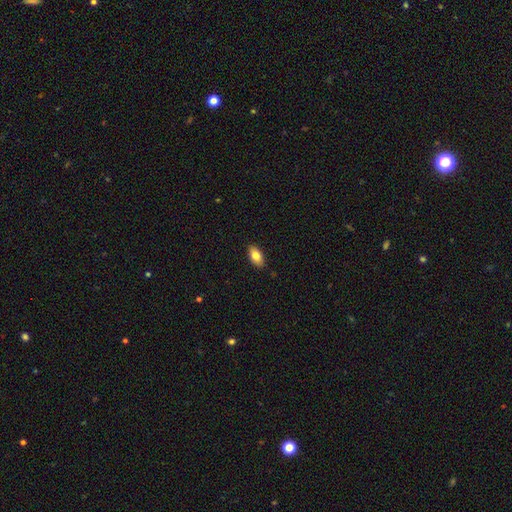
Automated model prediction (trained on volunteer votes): Morphology: type=smooth (81%); roundness=in between (90%); merging=none (88%).